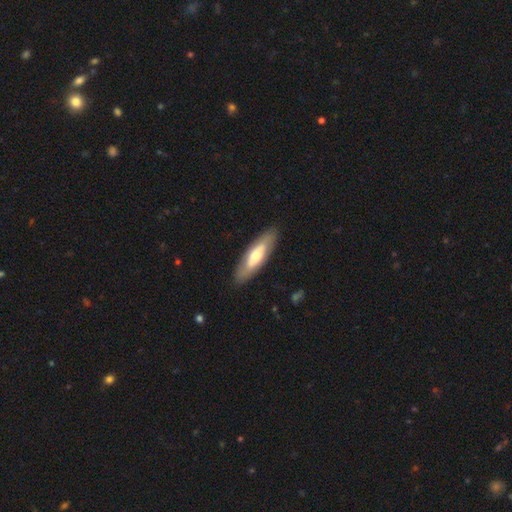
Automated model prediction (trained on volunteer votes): This appears to be a smooth galaxy with no disk features (50%) that is in between round and cigar-shaped (49%, tied with cigar-shaped). Merging: none (87%).